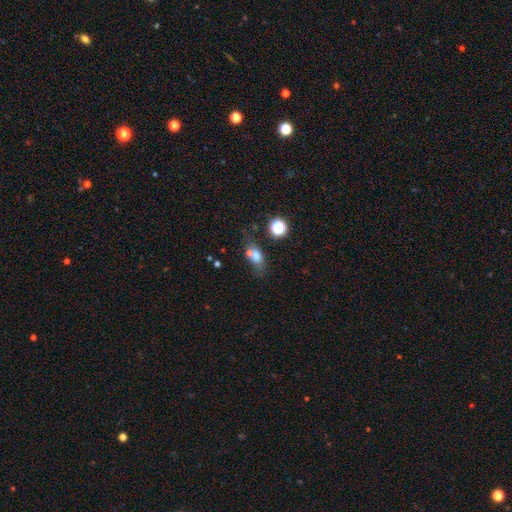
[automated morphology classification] smooth-or-featured: smooth: 67% | featured or disk: 18% | star or artifact: 16%
  how-rounded: in between: 64% | round: 26% | cigar-shaped: 10%
  merging: none: 47% | merger: 28% | minor disturbance: 17% | major disturbance: 9%